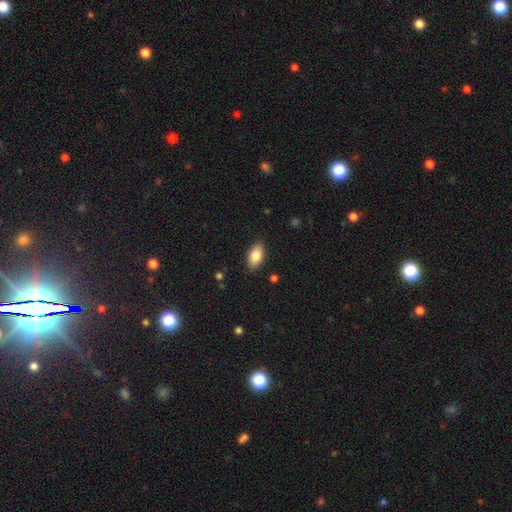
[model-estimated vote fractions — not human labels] Q: Smooth or featured?
A: smooth (83%); runner-up: featured or disk (10%)
Q: How rounded?
A: in between (92%); runner-up: round (4%)
Q: Merging?
A: none (88%); runner-up: minor disturbance (9%)